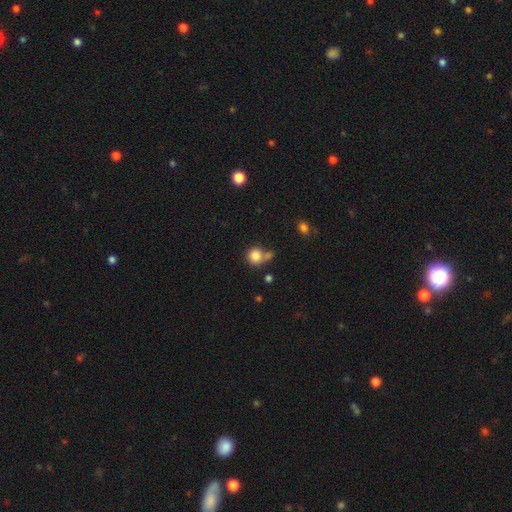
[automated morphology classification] This is clearly a smooth galaxy (83%). How rounded: clearly round (88%). Merging: possibly none (55%).